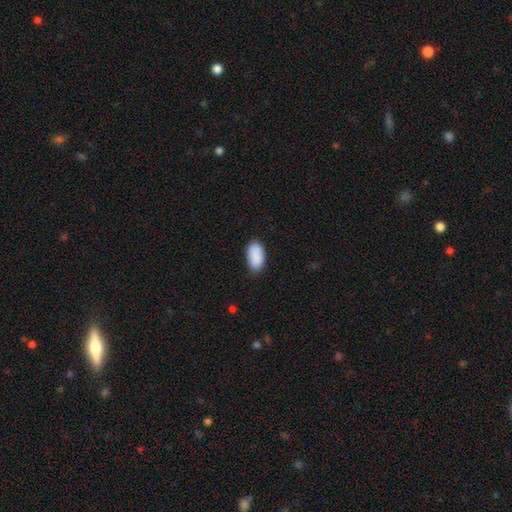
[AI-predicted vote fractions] smooth-or-featured: smooth: 90% | star or artifact: 6% | featured or disk: 4%
  how-rounded: in between: 95% | round: 3% | cigar-shaped: 2%
  merging: none: 80% | minor disturbance: 17% | major disturbance: 3% | merger: 1%